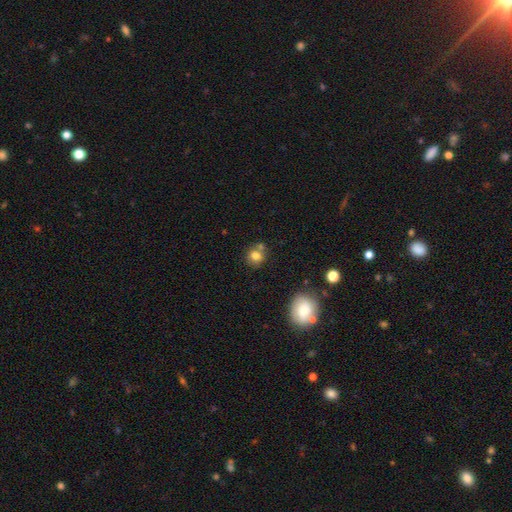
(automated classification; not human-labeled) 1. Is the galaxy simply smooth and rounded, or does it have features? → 78% smooth, 12% star or artifact, 10% featured or disk.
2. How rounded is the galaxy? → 81% round, 18% in between, 1% cigar-shaped.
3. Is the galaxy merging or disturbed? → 61% none, 23% merger, 13% minor disturbance, 4% major disturbance.